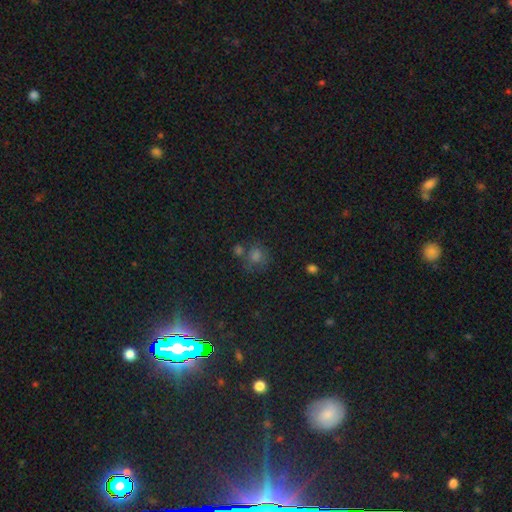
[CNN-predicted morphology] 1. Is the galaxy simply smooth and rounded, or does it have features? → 46% smooth, 42% star or artifact, 12% featured or disk.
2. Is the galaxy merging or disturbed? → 63% none, 17% merger, 14% minor disturbance, 7% major disturbance.